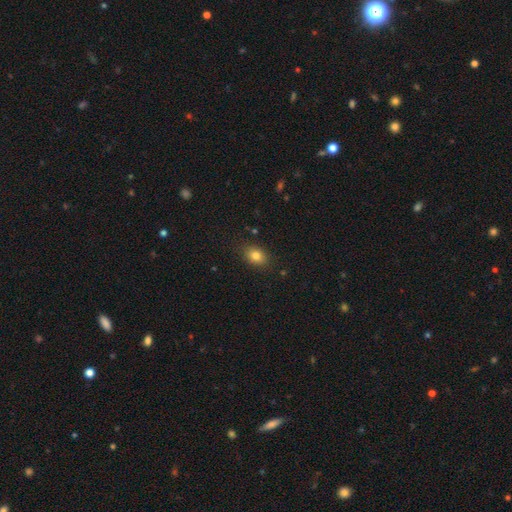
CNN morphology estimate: Overall: smooth (82%). How rounded: in between (70%). Merging: none (85%).